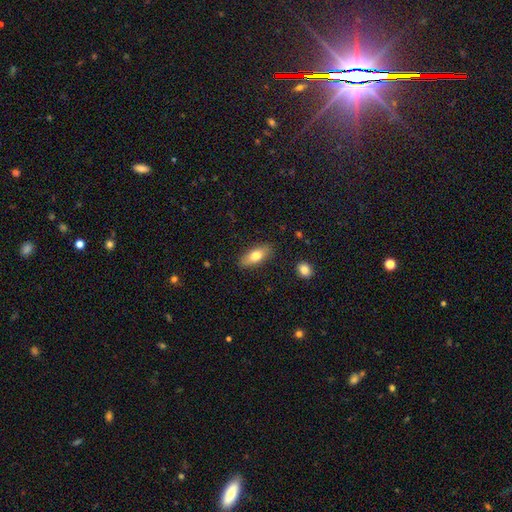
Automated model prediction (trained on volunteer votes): The model was most divided on "smooth or featured": smooth: 72%, featured or disk: 21%, star or artifact: 7%. More confident: merging — none (86%); how rounded — in between (78%).